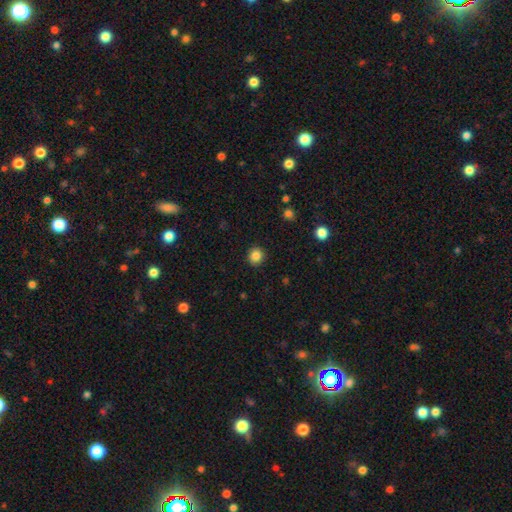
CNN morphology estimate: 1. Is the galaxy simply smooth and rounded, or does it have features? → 86% smooth, 10% star or artifact, 4% featured or disk.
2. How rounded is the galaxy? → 88% round, 11% in between, 1% cigar-shaped.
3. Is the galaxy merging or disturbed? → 92% none, 6% minor disturbance, 2% major disturbance, 1% merger.